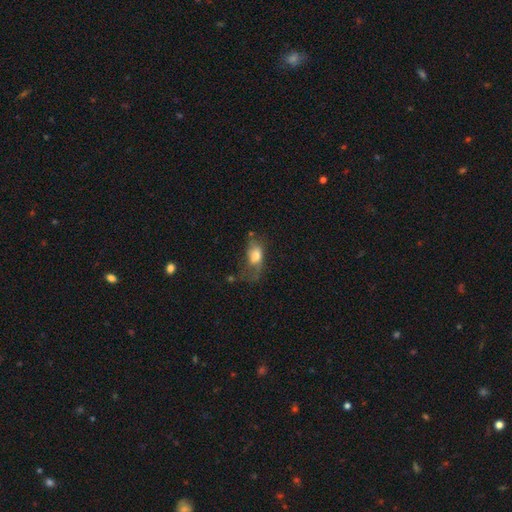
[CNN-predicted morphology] Smooth or featured? smooth (63%)
How rounded? in between (85%)
Merging? major disturbance (44%)